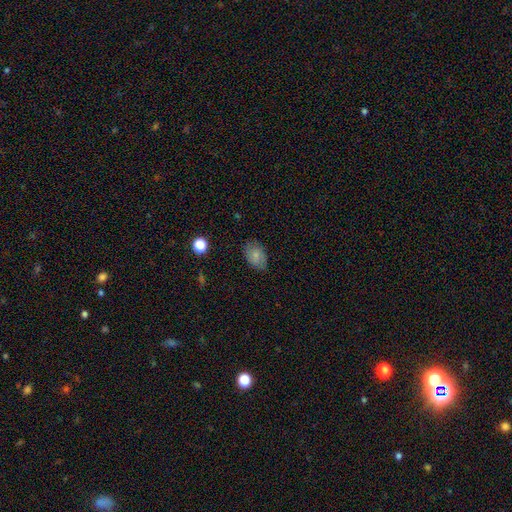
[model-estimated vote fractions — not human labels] The model was most divided on "merging": none: 74%, minor disturbance: 20%, major disturbance: 4%, merger: 1%. More confident: how rounded — in between (83%); smooth or featured — smooth (76%).